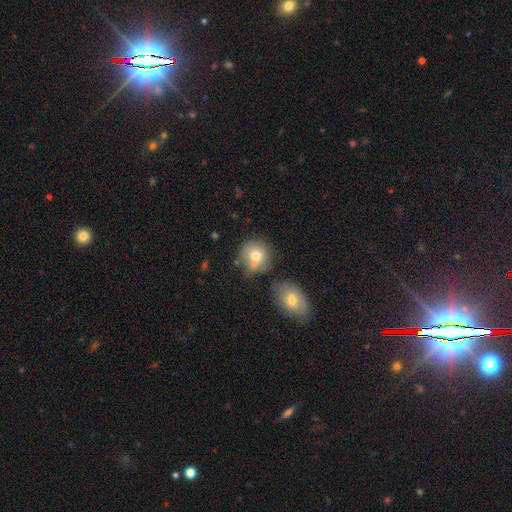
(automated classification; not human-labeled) A smooth galaxy with no disk features (75%) that is round (85%). Merging: none (58%).